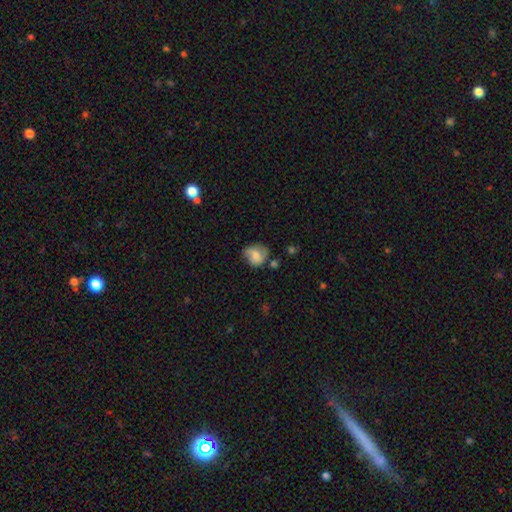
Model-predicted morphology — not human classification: smooth 61%, featured or disk 30%, star or artifact 9%. Down the decision tree: how rounded — round (70%); merging — none (53%).